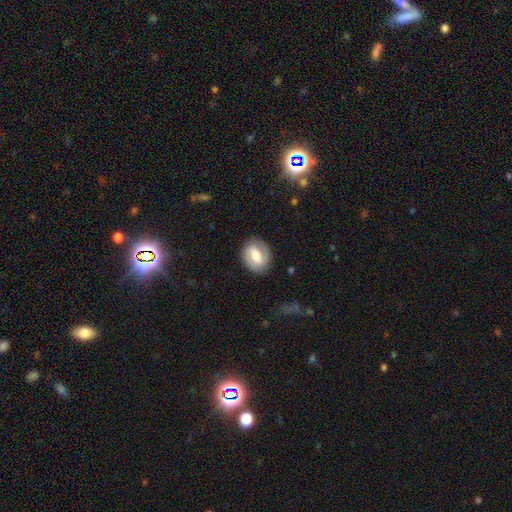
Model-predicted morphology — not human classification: Smooth or featured: featured or disk — 54% (smooth — 39%)
Edge-on disk: no — 95% (yes — 5%)
Bar: weak — 43% (strong — 40%)
Spiral arms: yes — 70% (no — 30%)
Bulge size: moderate — 58% (small — 20%)
Merging: none — 82% (minor disturbance — 12%)